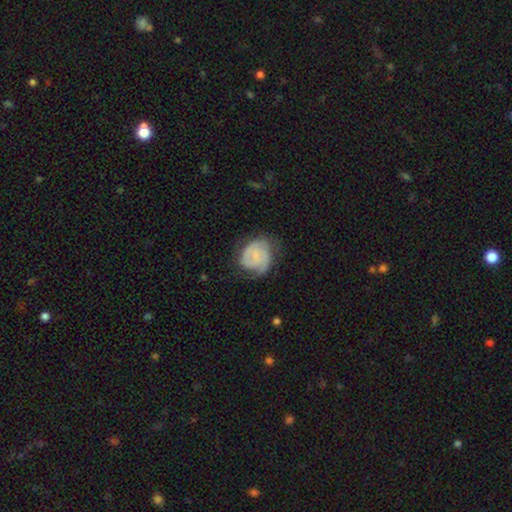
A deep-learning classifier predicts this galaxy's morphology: Smooth or featured?
  - featured or disk: 68% *
  - smooth: 25%
  - star or artifact: 7%
Edge-on disk?
  - no: 98% *
  - yes: 2%
Bar?
  - no: 58% *
  - weak: 35%
  - strong: 7%
Spiral arms?
  - yes: 91% *
  - no: 9%
Spiral winding?
  - tight: 54% *
  - medium: 35%
  - loose: 11%
Spiral arm count?
  - 2: 49% *
  - can't tell: 22%
  - 3: 16%
  - 1: 7%
  - 4: 3%
  - more than 4: 3%
Bulge size?
  - small: 49% *
  - none: 33%
  - moderate: 14%
  - large: 2%
  - dominant: 1%
Merging?
  - none: 60% *
  - minor disturbance: 25%
  - major disturbance: 14%
  - merger: 2%